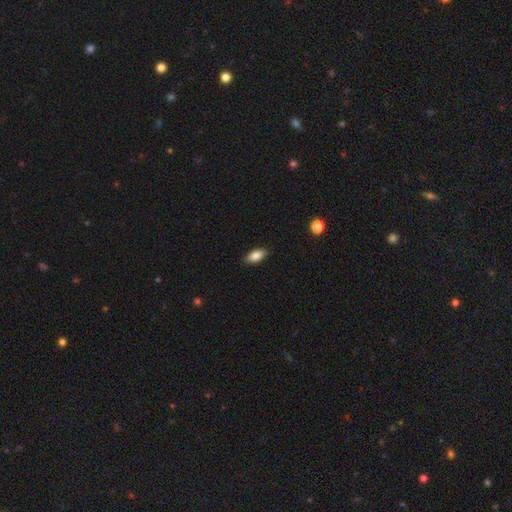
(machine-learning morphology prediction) smooth_or_featured: smooth (p=0.83) [alt: featured or disk p=0.10]
how_rounded: in between (p=0.88) [alt: cigar-shaped p=0.09]
merging: none (p=0.88) [alt: minor disturbance p=0.09]